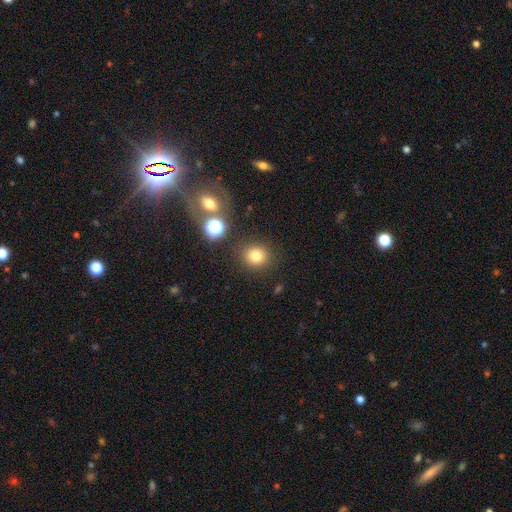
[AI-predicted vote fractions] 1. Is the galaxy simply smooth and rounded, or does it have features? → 77% smooth, 16% star or artifact, 7% featured or disk.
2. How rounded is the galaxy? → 85% round, 14% in between, 1% cigar-shaped.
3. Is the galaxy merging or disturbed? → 85% none, 8% minor disturbance, 4% merger, 3% major disturbance.